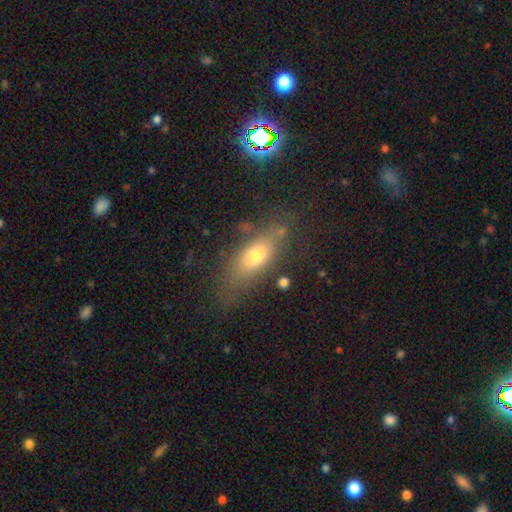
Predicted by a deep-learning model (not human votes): This appears to be a smooth galaxy with no disk features (62%) that is in between round and cigar-shaped (67%). Merging: none (70%).